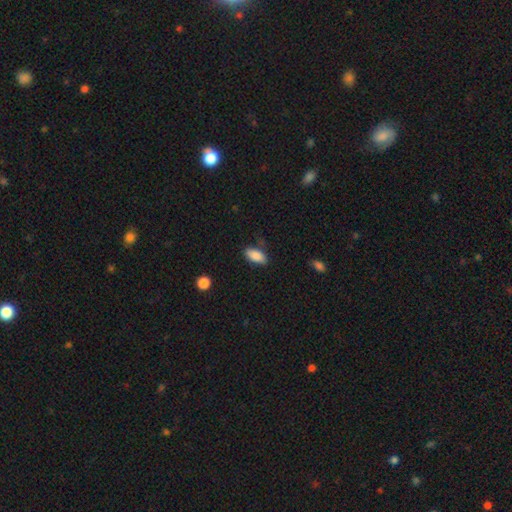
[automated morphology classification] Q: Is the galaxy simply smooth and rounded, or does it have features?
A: smooth — 86%.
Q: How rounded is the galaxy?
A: in between — 90%.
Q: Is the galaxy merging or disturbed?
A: none — 76%.